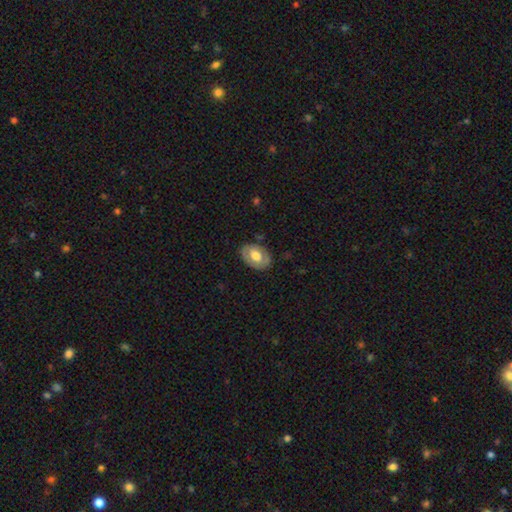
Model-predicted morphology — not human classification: Smooth or featured?
  - smooth: 55% *
  - featured or disk: 39%
  - star or artifact: 6%
How rounded?
  - in between: 84% *
  - round: 15%
  - cigar-shaped: 1%
Merging?
  - none: 80% *
  - minor disturbance: 15%
  - major disturbance: 4%
  - merger: 1%